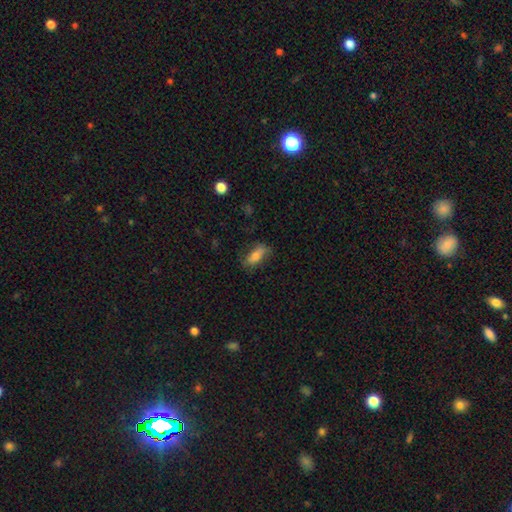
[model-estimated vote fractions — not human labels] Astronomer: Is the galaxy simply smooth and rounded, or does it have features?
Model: smooth — 72%.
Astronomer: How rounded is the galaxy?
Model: in between — 73%.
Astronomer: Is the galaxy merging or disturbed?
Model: none — 70%.